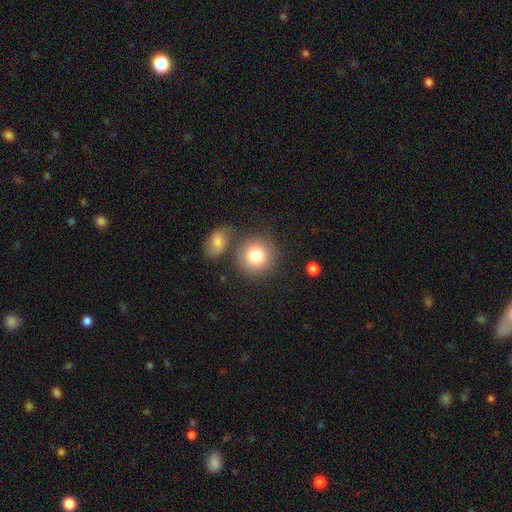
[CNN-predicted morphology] The model was most divided on "merging": none: 74%, merger: 13%, minor disturbance: 9%, major disturbance: 3%. More confident: how rounded — round (92%); smooth or featured — smooth (80%).